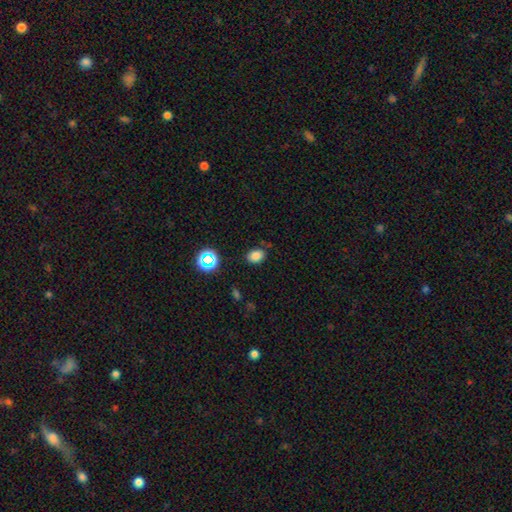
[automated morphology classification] smooth_or_featured: smooth (p=0.79) [alt: star or artifact p=0.15]
how_rounded: in between (p=0.67) [alt: round p=0.32]
merging: none (p=0.80) [alt: minor disturbance p=0.14]